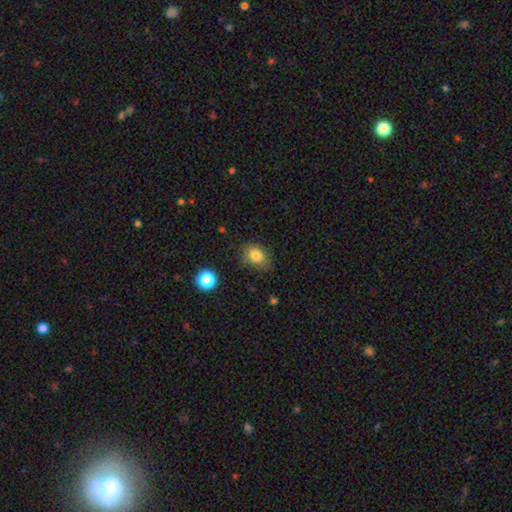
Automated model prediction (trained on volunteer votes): Smooth or featured?
  - smooth: 80% *
  - star or artifact: 11%
  - featured or disk: 9%
How rounded?
  - in between: 60% *
  - round: 39%
  - cigar-shaped: 1%
Merging?
  - none: 72% *
  - minor disturbance: 21%
  - major disturbance: 5%
  - merger: 2%